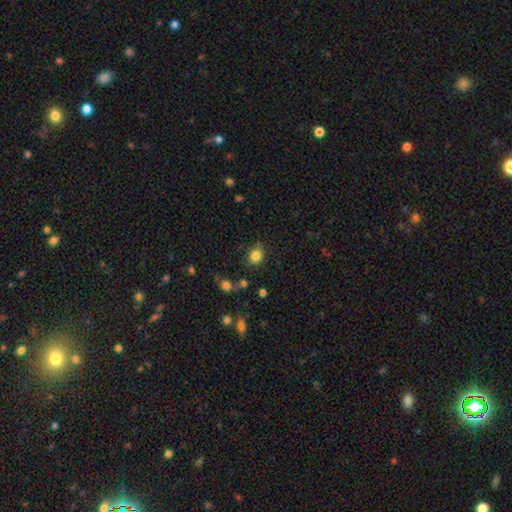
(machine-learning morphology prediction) Smooth or featured? Predicted: smooth (p=0.82). How rounded? Predicted: round (p=0.70). Merging? Predicted: none (p=0.74).